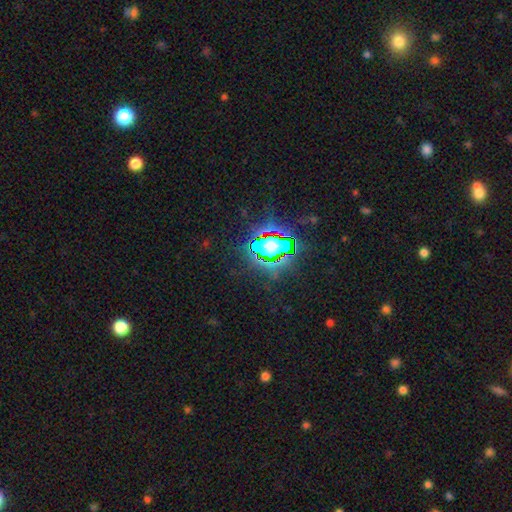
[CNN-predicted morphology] A star or artifact, not a galaxy (80%).

Vote fractions:
- Smooth or featured? star or artifact: 80% / smooth: 12% / featured or disk: 8%